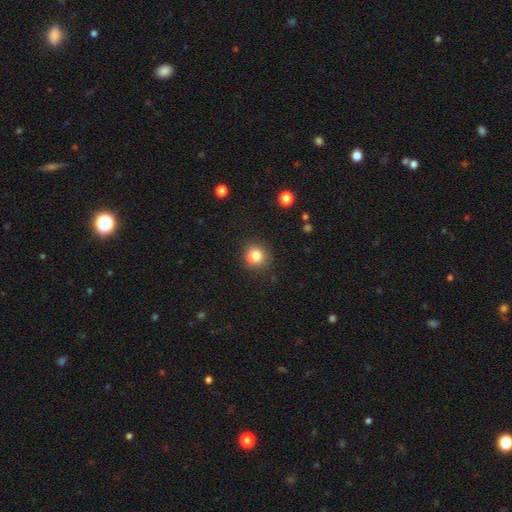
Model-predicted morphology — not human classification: The model was most divided on "merging": none: 65%, minor disturbance: 16%, merger: 15%, major disturbance: 4%. More confident: how rounded — round (82%); smooth or featured — smooth (78%).